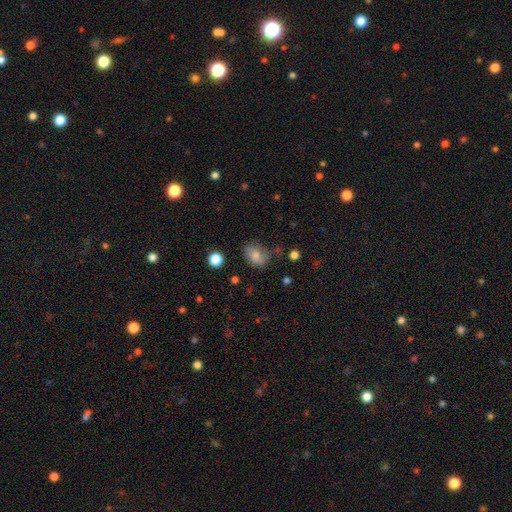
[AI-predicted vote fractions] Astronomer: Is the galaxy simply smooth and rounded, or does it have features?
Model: smooth — 75%.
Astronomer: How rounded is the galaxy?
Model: in between — 59% (runner-up: round, 40%).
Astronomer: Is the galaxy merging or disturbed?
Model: none — 61%.